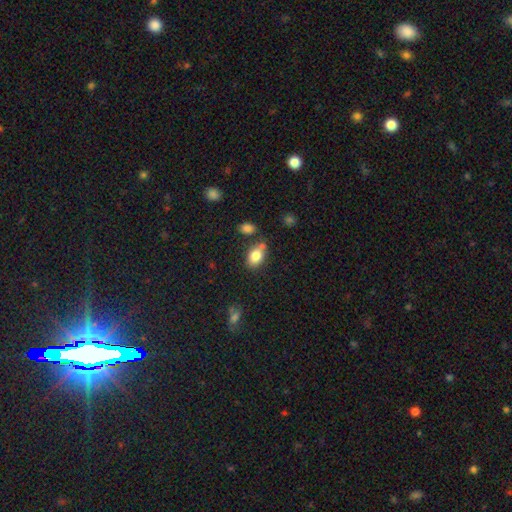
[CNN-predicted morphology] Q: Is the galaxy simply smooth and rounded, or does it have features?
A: smooth — 83%.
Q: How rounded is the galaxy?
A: in between — 80%.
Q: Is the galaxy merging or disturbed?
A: none — 64%.